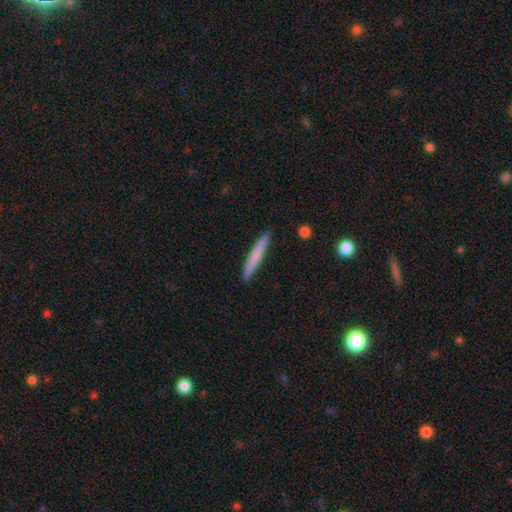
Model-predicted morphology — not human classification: Smooth or featured? Predicted: smooth (p=0.69). How rounded? Predicted: cigar-shaped (p=0.96). Merging? Predicted: none (p=0.91).